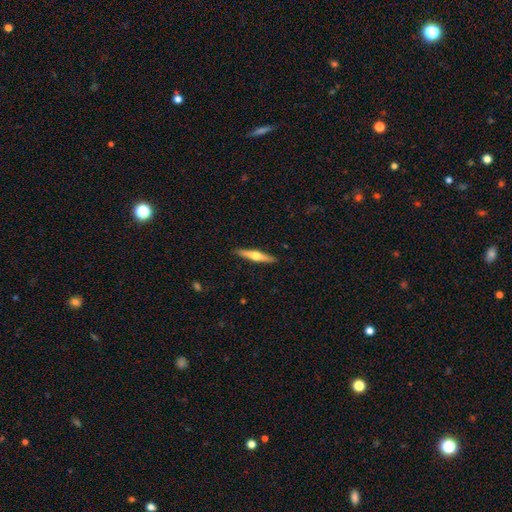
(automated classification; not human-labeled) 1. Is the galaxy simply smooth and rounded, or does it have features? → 57% featured or disk, 38% smooth, 5% star or artifact.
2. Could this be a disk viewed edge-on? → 96% yes, 4% no.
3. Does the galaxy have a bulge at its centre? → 93% rounded, 4% none, 3% boxy.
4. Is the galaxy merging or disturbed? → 91% none, 7% minor disturbance, 1% major disturbance, 1% merger.